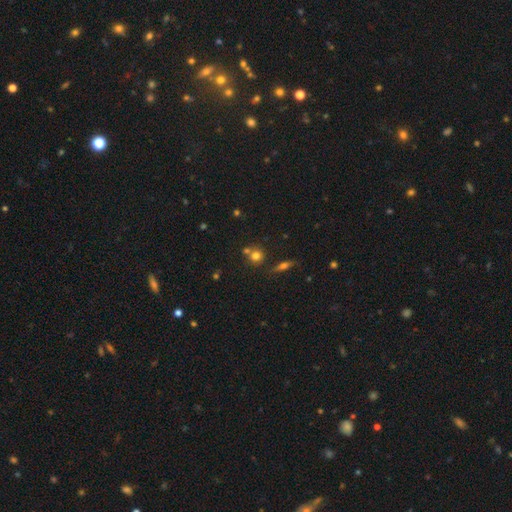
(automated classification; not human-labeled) This is likely a smooth galaxy (69%). How rounded: clearly round (88%). Merging: possibly none (59%).